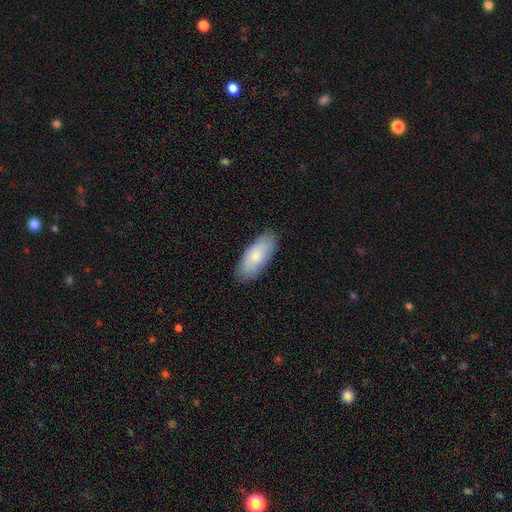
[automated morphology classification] The model was most divided on "smooth or featured": smooth: 77%, featured or disk: 17%, star or artifact: 6%. More confident: merging — none (85%); how rounded — in between (83%).